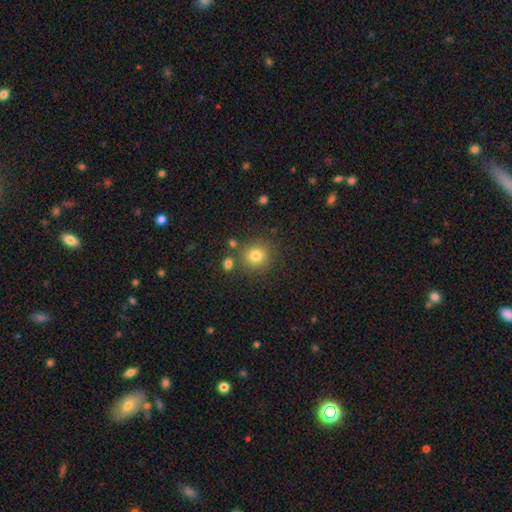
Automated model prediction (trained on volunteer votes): This is likely a smooth galaxy (79%). How rounded: clearly round (89%). Merging: clearly none (80%).